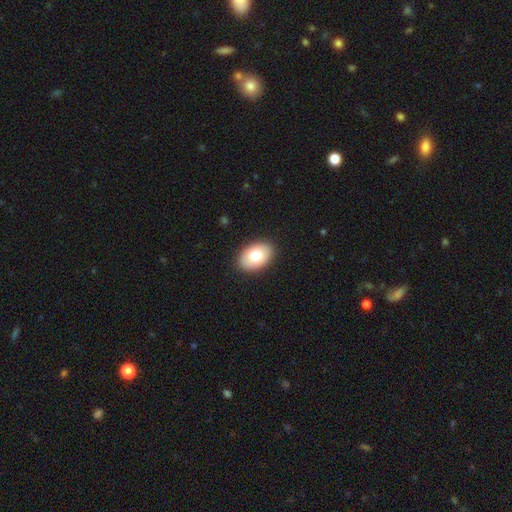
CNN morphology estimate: Smooth or featured? Predicted: smooth (p=0.78). How rounded? Predicted: in between (p=0.88). Merging? Predicted: none (p=0.90).